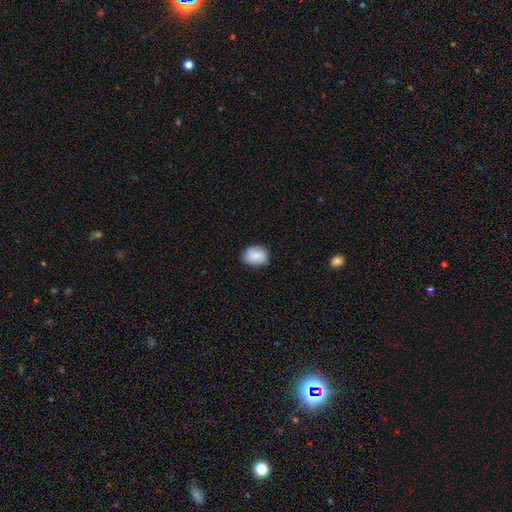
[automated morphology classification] Smooth or featured?
  - smooth: 81% *
  - featured or disk: 11%
  - star or artifact: 7%
How rounded?
  - in between: 56% *
  - round: 43%
  - cigar-shaped: 1%
Merging?
  - none: 76% *
  - minor disturbance: 19%
  - major disturbance: 3%
  - merger: 1%